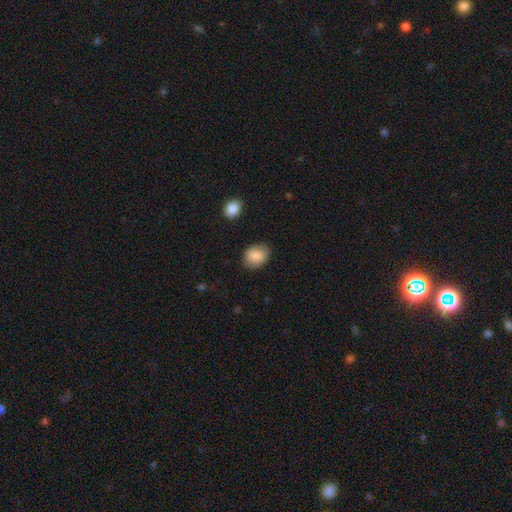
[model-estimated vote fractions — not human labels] Morphology: type=smooth (86%); roundness=in between (62%); merging=none (82%).